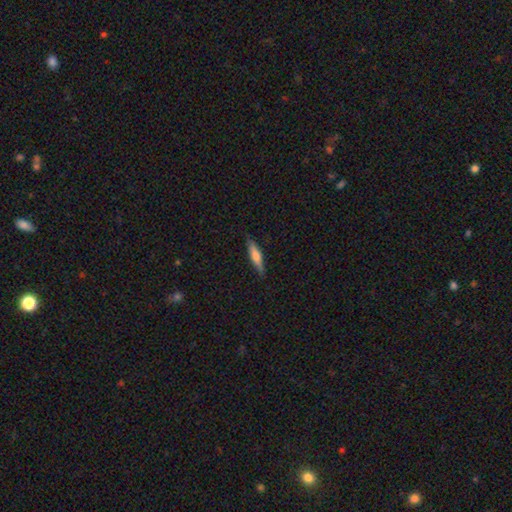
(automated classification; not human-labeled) Overall: smooth (52%; featured or disk 42%). How rounded: cigar-shaped (81%). Merging: none (87%).